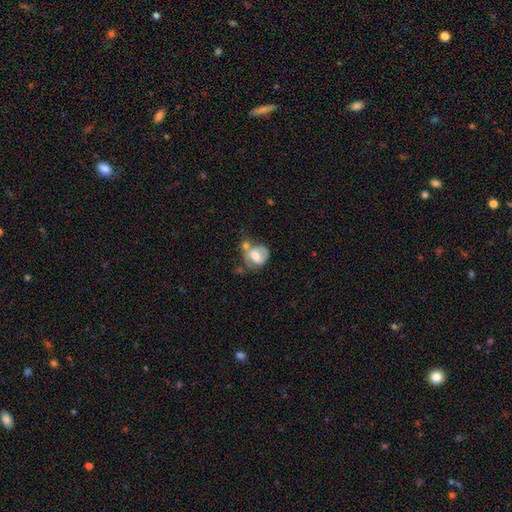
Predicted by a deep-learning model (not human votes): smooth-or-featured: smooth: 47% | featured or disk: 45% | star or artifact: 8%
  merging: none: 33% | merger: 30% | minor disturbance: 23% | major disturbance: 15%